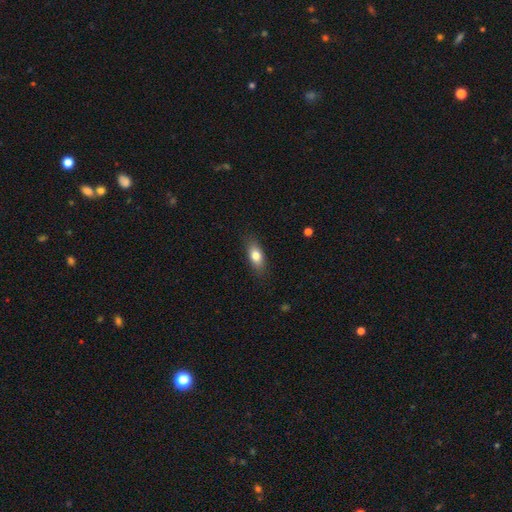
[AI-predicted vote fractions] Overall: smooth (78%). How rounded: in between (80%). Merging: none (84%).